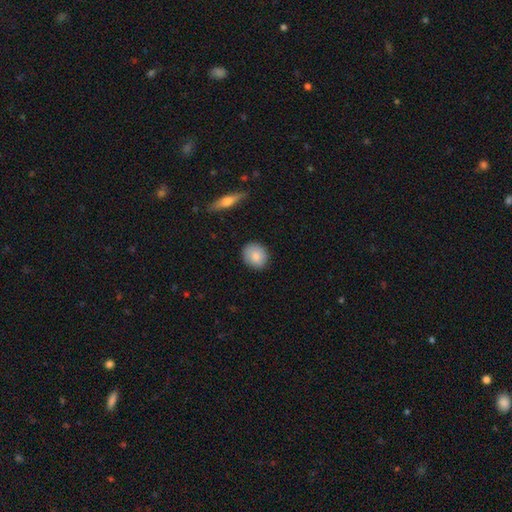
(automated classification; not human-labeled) Morphology: type=smooth (84%); roundness=round (70%); merging=none (87%).